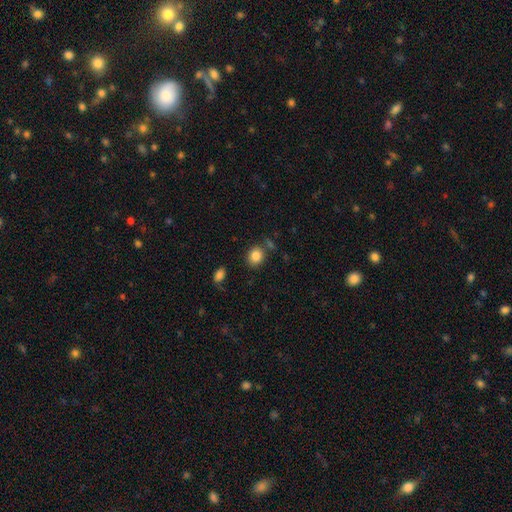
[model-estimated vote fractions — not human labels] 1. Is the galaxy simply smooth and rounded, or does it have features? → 85% smooth, 10% star or artifact, 6% featured or disk.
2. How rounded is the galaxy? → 65% round, 34% in between, 1% cigar-shaped.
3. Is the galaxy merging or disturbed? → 78% none, 11% minor disturbance, 7% merger, 4% major disturbance.